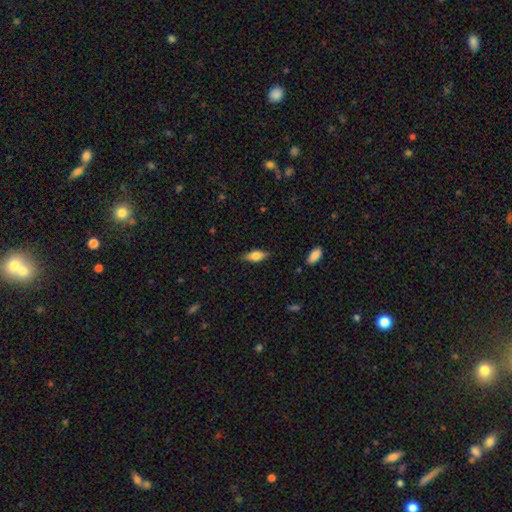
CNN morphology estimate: The model was most divided on "smooth or featured": smooth: 68%, featured or disk: 25%, star or artifact: 7%. More confident: merging — none (82%); how rounded — in between (75%).